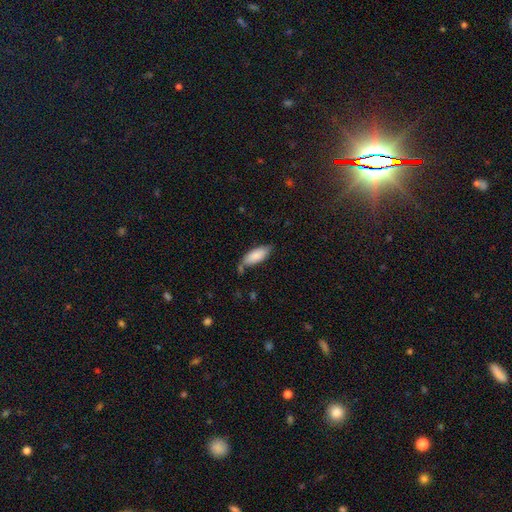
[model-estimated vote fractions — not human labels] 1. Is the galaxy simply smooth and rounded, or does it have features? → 86% smooth, 8% featured or disk, 6% star or artifact.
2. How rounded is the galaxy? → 78% in between, 21% cigar-shaped, 2% round.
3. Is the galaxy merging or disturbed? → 63% none, 24% minor disturbance, 7% merger, 5% major disturbance.